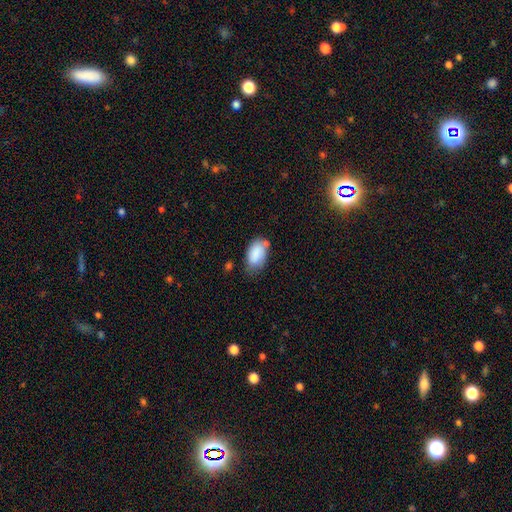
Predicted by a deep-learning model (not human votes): This appears to be a smooth galaxy with no disk features (85%) that is in between round and cigar-shaped (93%). Merging: none (56%).